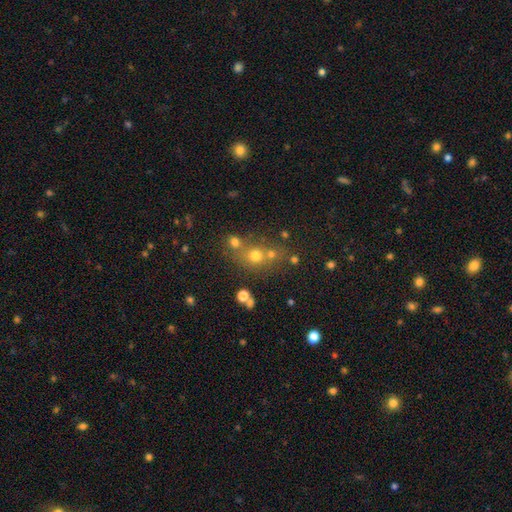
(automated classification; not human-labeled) A smooth galaxy with no disk features (60%) that is round (80%). Merging: none (55%).